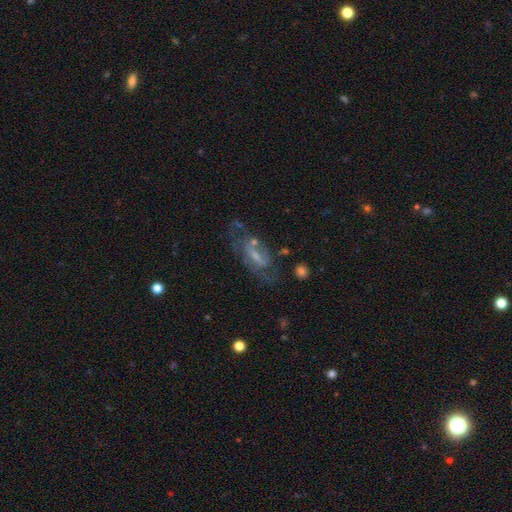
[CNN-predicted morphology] Smooth or featured?
  - featured or disk: 69% *
  - smooth: 20%
  - star or artifact: 11%
Edge-on disk?
  - no: 91% *
  - yes: 9%
Bar?
  - weak: 47% *
  - no: 27%
  - strong: 26%
Spiral arms?
  - yes: 76% *
  - no: 24%
Bulge size?
  - small: 46% *
  - moderate: 30%
  - none: 19%
  - large: 4%
  - dominant: 1%
Merging?
  - none: 55% *
  - minor disturbance: 20%
  - major disturbance: 19%
  - merger: 6%